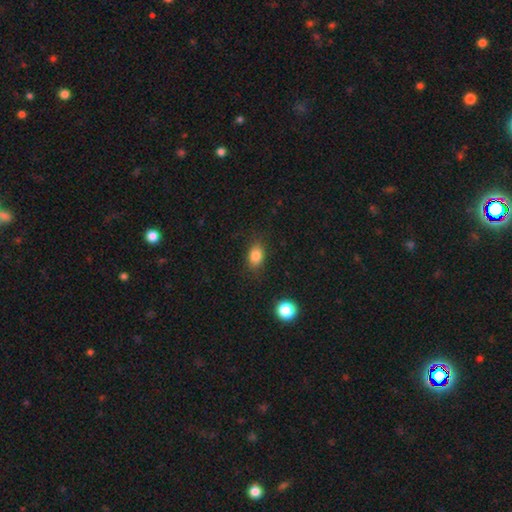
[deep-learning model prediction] Smooth or featured? Predicted: smooth (p=0.84). How rounded? Predicted: in between (p=0.78). Merging? Predicted: none (p=0.83).